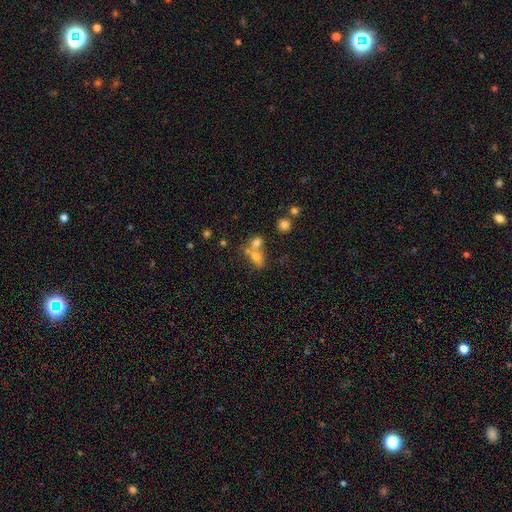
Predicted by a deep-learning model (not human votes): Overall: smooth (62%). How rounded: in between (58%; round 38%). Merging: merger (55%; none 31%).